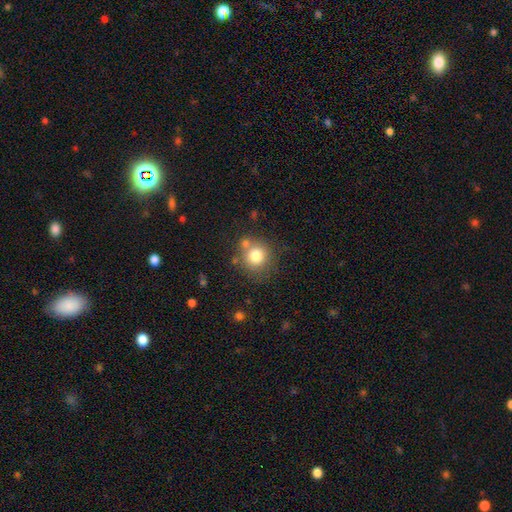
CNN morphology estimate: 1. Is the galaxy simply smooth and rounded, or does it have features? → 78% smooth, 11% star or artifact, 10% featured or disk.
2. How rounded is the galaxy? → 88% round, 11% in between, 1% cigar-shaped.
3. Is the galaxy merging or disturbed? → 67% none, 16% merger, 13% minor disturbance, 5% major disturbance.